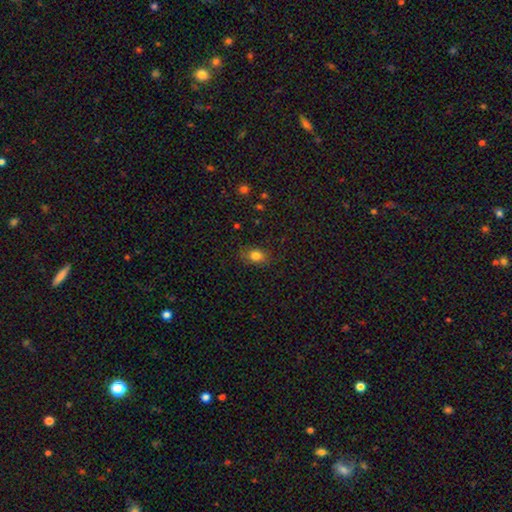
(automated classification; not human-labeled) Q: Smooth or featured?
A: smooth (82%); runner-up: star or artifact (11%)
Q: How rounded?
A: in between (70%); runner-up: round (29%)
Q: Merging?
A: none (80%); runner-up: minor disturbance (15%)